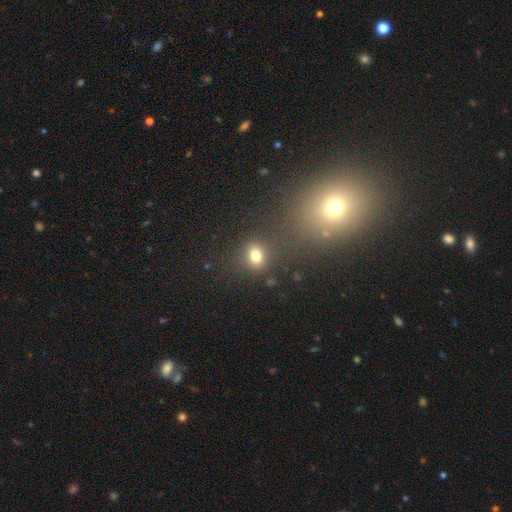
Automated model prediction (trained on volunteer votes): smooth 75%, star or artifact 16%, featured or disk 8%. Down the decision tree: how rounded — round (53%); merging — none (76%).